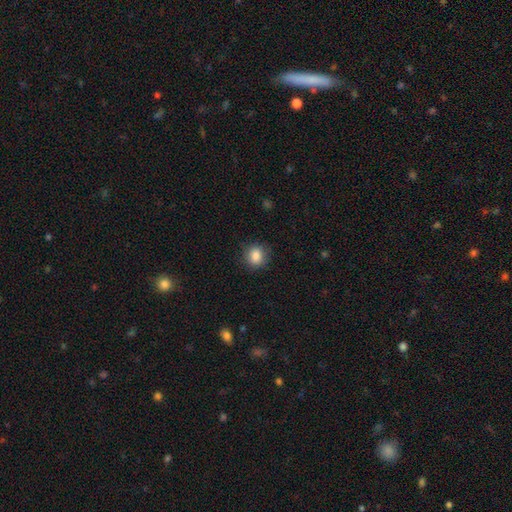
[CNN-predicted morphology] Overall: smooth (85%). How rounded: round (74%). Merging: none (84%).